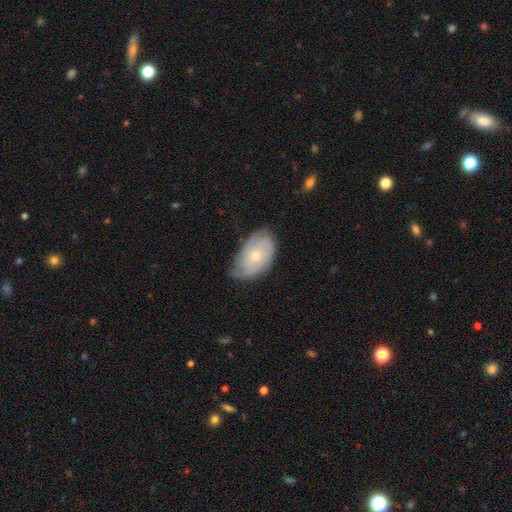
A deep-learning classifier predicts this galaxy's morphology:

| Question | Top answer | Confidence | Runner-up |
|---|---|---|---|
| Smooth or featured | featured or disk | 63% | smooth (31%) |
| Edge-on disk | no | 95% | yes (5%) |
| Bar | no | 82% | weak (16%) |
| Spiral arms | yes | 85% | no (15%) |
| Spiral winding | tight | 56% | medium (31%) |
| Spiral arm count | can't tell | 42% | 2 (24%) |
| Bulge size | small | 61% | moderate (36%) |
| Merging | none | 62% | minor disturbance (29%) |